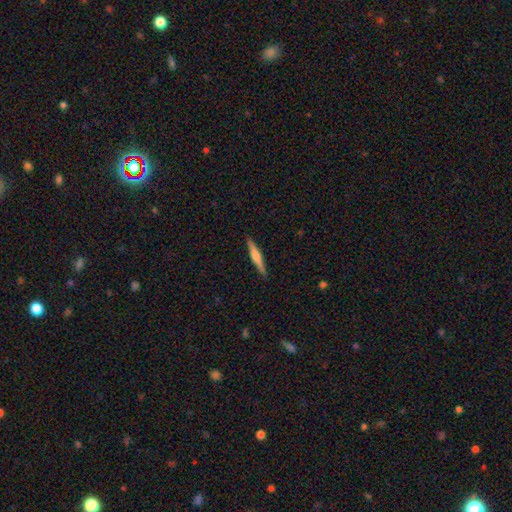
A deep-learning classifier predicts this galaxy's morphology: Overall: featured or disk (54%; smooth 40%). Edge-on disk: yes (98%). Edge-on bulge: rounded (69%). Merging: none (91%).